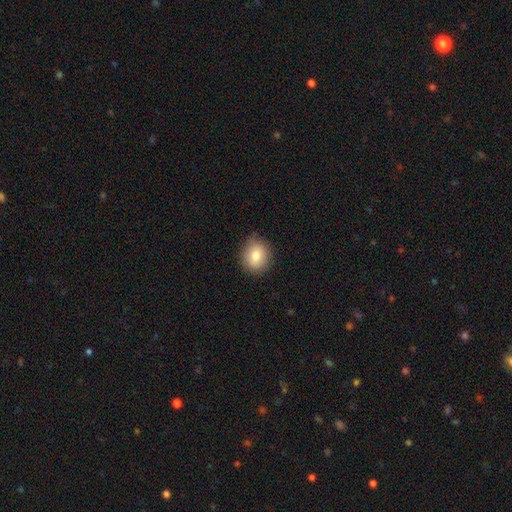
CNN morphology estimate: Overall: smooth (81%). How rounded: round (68%; in between 31%). Merging: none (84%).